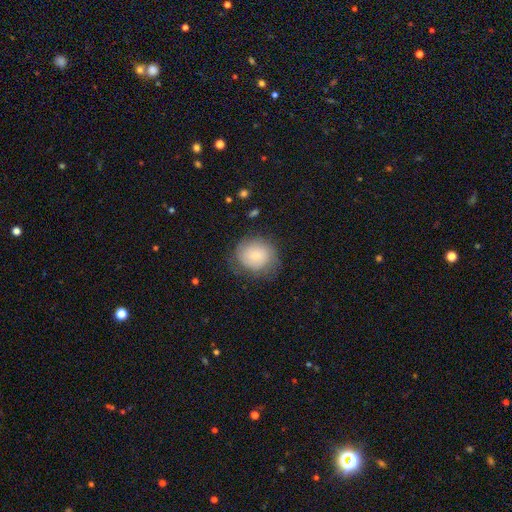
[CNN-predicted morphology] smooth 69%, featured or disk 23%, star or artifact 8%. Down the decision tree: how rounded — round (76%); merging — none (65%).